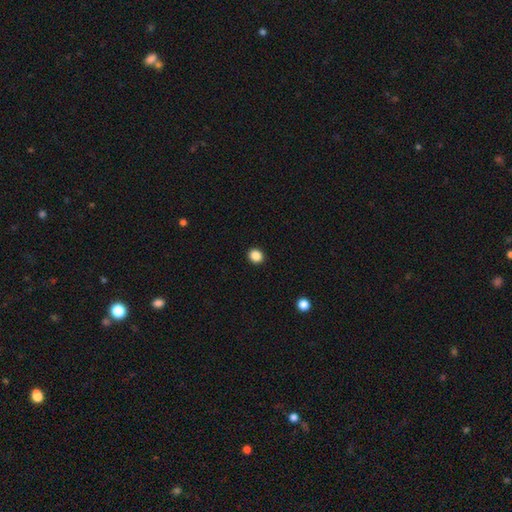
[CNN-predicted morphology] smooth 87%, star or artifact 10%, featured or disk 2%. Down the decision tree: how rounded — round (77%); merging — none (92%).